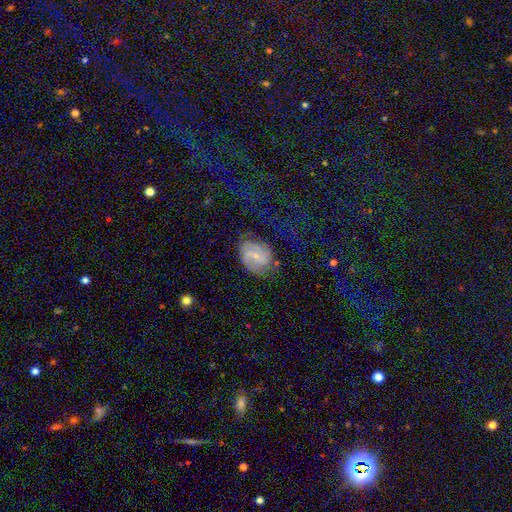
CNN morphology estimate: type=featured or disk (67%); edge-on=no (97%); bar=weak (55%); spiral arms=yes (90%); winding=medium (44%); arm count=2 (68%); bulge=small (69%); merging=none (65%).